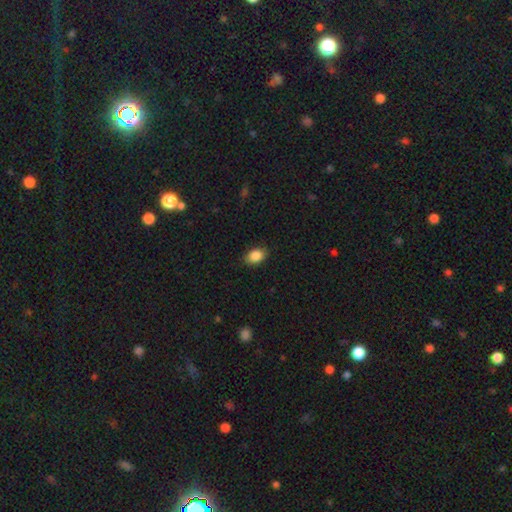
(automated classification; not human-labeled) Morphology: type=smooth (88%); roundness=in between (80%); merging=none (85%).